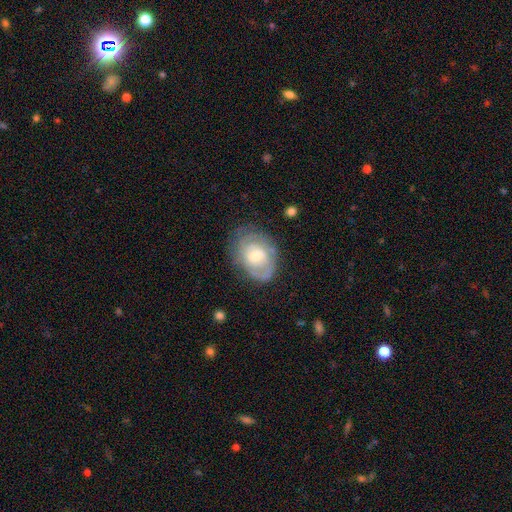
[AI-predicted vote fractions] A featured or disk galaxy (67%) with no bar (63%), spiral arms (77%) and a moderate central bulge (60%).

Vote fractions:
- Smooth or featured? featured or disk: 67% / smooth: 26% / star or artifact: 7%
- Edge-on disk? no: 96% / yes: 4%
- Bar? no: 63% / weak: 32% / strong: 5%
- Spiral arms? yes: 77% / no: 23%
- Bulge size? moderate: 60% / small: 32% / large: 5% / none: 1% / dominant: 1%
- Merging? none: 68% / minor disturbance: 21% / major disturbance: 9% / merger: 1%